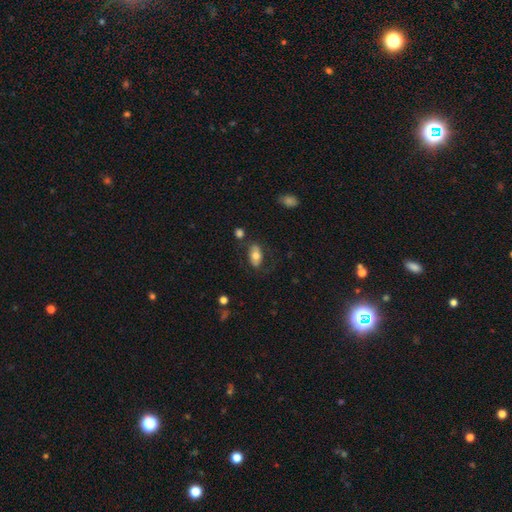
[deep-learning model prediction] This appears to be a smooth galaxy with no disk features (69%) that is in between round and cigar-shaped (90%). Merging: none (70%).